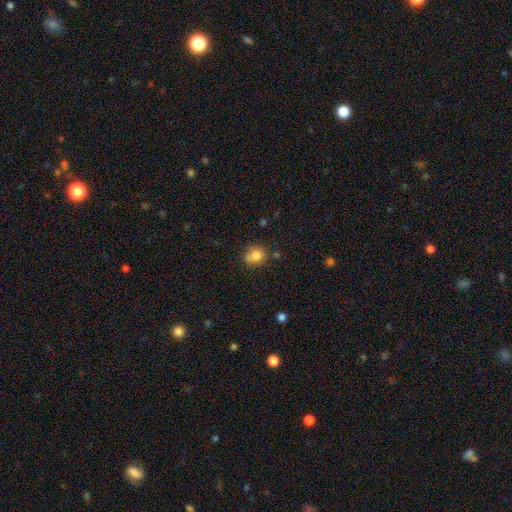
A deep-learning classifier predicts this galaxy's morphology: Smooth or featured? smooth (82%)
How rounded? round (74%)
Merging? none (67%)